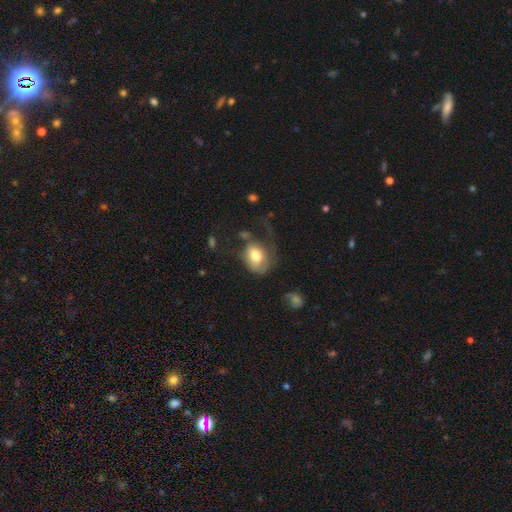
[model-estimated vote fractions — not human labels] smooth_or_featured: smooth (p=0.69) [alt: featured or disk p=0.23]
how_rounded: in between (p=0.63) [alt: round p=0.36]
merging: major disturbance (p=0.39) [alt: none p=0.32]